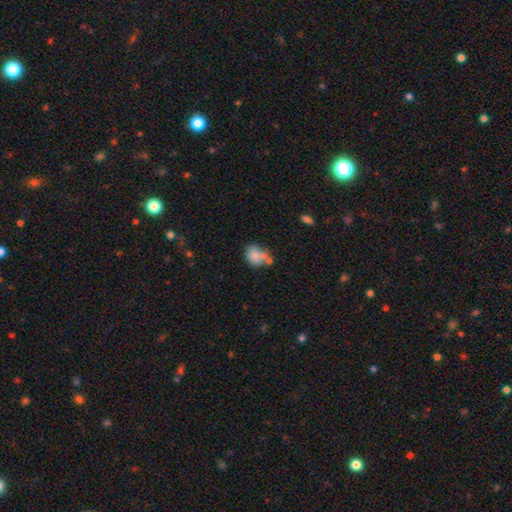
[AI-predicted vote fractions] The model was most divided on "how rounded": in between: 52%, round: 47%, cigar-shaped: 1%. Remaining: smooth or featured — smooth (80%); merging — none (43%).